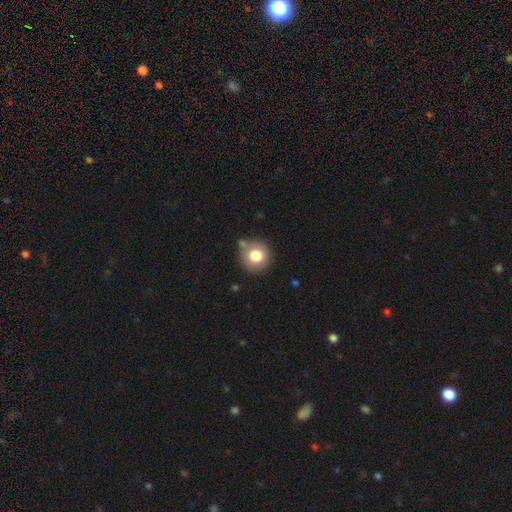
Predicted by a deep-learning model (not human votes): smooth 79%, featured or disk 11%, star or artifact 10%. Down the decision tree: how rounded — round (92%); merging — none (75%).